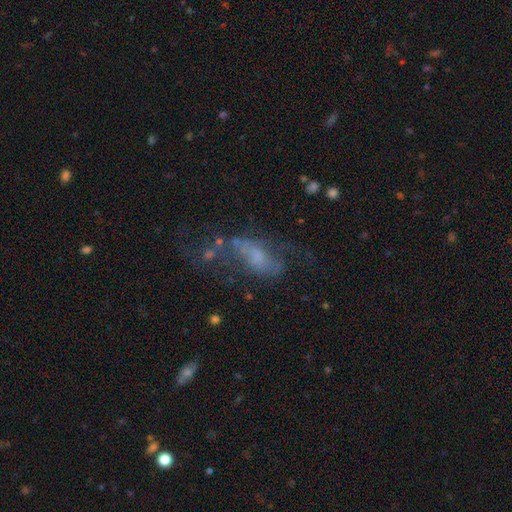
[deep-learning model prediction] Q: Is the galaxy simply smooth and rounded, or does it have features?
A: featured or disk — 55%.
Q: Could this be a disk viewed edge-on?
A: no — 88%.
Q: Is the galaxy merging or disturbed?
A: none — 36%, tied with major disturbance.